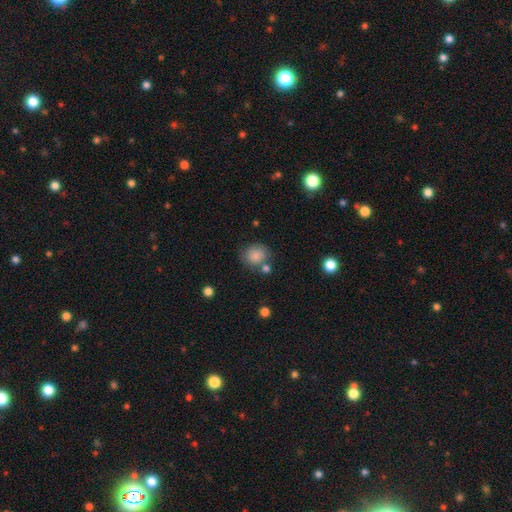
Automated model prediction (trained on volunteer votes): smooth-or-featured: smooth: 82% | featured or disk: 9% | star or artifact: 9%
  how-rounded: round: 81% | in between: 19% | cigar-shaped: 1%
  merging: none: 66% | minor disturbance: 17% | merger: 12% | major disturbance: 6%